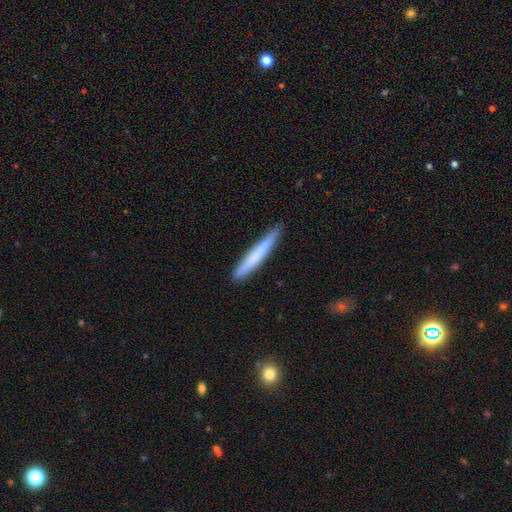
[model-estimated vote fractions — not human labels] smooth_or_featured: smooth (p=0.66) [alt: featured or disk p=0.29]
how_rounded: cigar-shaped (p=0.96) [alt: in between p=0.03]
merging: none (p=0.88) [alt: minor disturbance p=0.09]